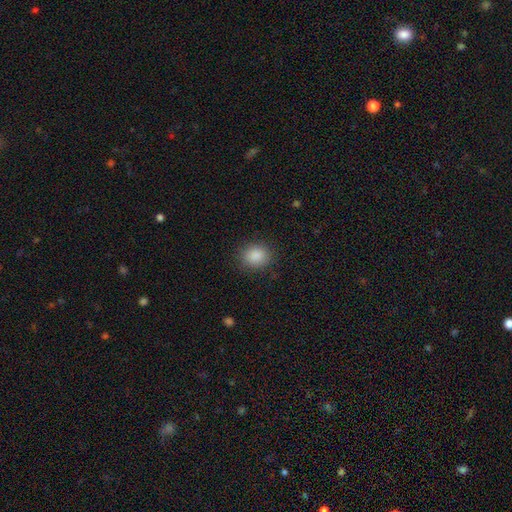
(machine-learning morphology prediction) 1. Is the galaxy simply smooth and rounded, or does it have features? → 87% smooth, 9% star or artifact, 4% featured or disk.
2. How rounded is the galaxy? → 65% round, 34% in between, 1% cigar-shaped.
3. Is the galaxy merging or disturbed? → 86% none, 9% minor disturbance, 3% major disturbance, 1% merger.